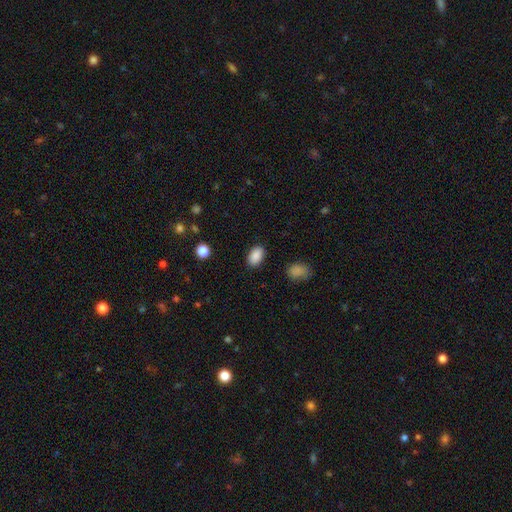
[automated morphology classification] smooth 88%, star or artifact 8%, featured or disk 4%. Down the decision tree: how rounded — in between (90%); merging — none (88%).